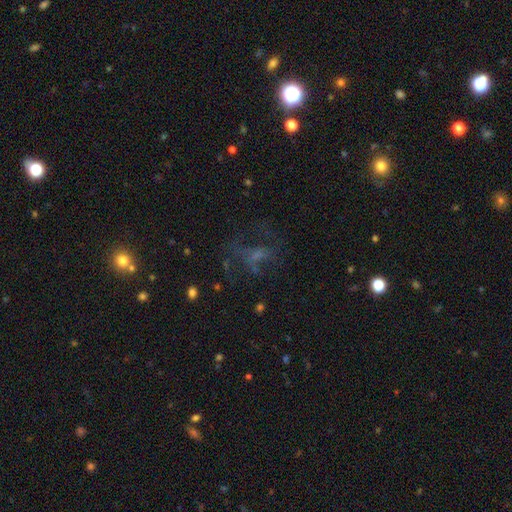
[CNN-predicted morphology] A featured or disk galaxy (38%).

Vote fractions:
- Smooth or featured? featured or disk: 38% / star or artifact: 32% / smooth: 30%
- Merging? none: 47% / major disturbance: 33% / minor disturbance: 16% / merger: 3%